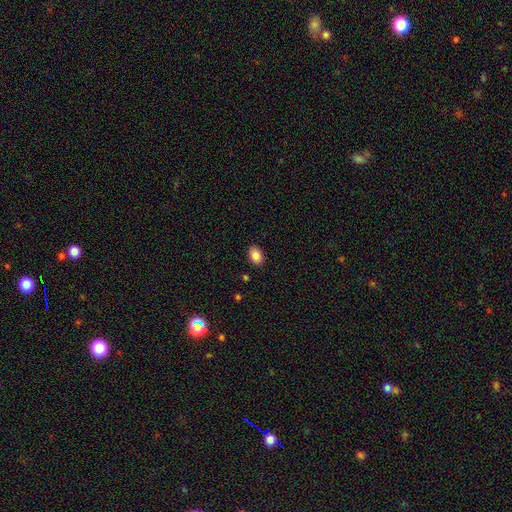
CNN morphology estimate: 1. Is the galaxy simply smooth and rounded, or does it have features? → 86% smooth, 8% star or artifact, 5% featured or disk.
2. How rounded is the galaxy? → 84% in between, 15% round, 1% cigar-shaped.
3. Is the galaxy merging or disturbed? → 88% none, 9% minor disturbance, 2% major disturbance, 1% merger.